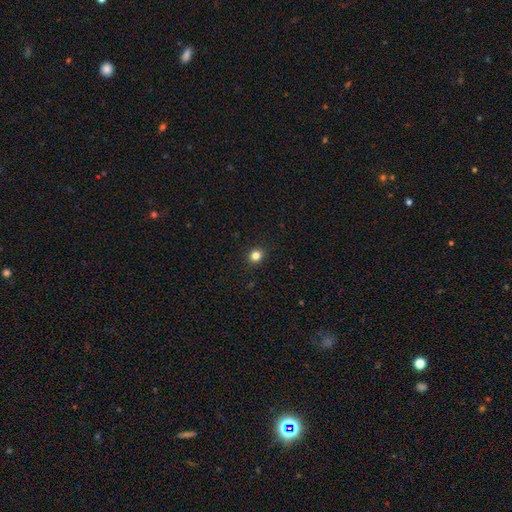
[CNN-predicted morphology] A smooth galaxy with no disk features (82%) that is round (84%). Merging: none (92%).